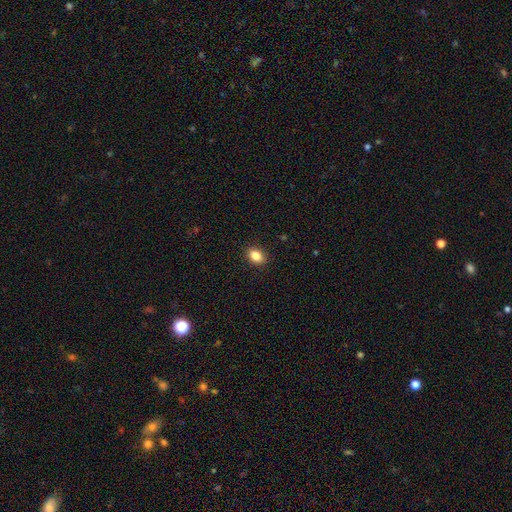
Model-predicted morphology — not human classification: A smooth galaxy with no disk features (85%) that is in between round and cigar-shaped (73%).

Vote fractions:
- Smooth or featured? smooth: 85% / star or artifact: 10% / featured or disk: 5%
- How rounded? in between: 73% / round: 26% / cigar-shaped: 1%
- Merging? none: 90% / minor disturbance: 7% / major disturbance: 2% / merger: 1%